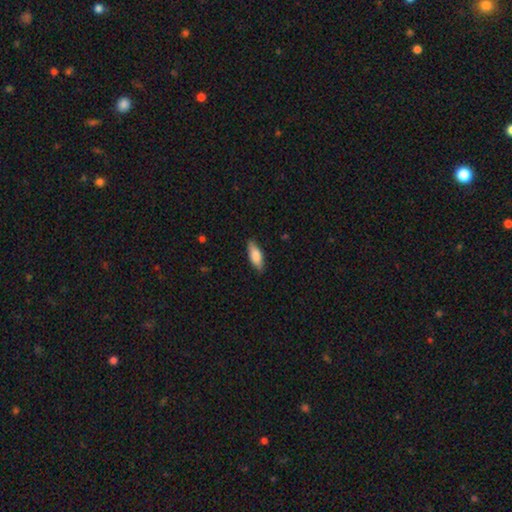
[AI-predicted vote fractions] smooth-or-featured: smooth: 81% | featured or disk: 13% | star or artifact: 6%
  how-rounded: in between: 69% | cigar-shaped: 29% | round: 2%
  merging: none: 84% | minor disturbance: 12% | major disturbance: 2% | merger: 1%